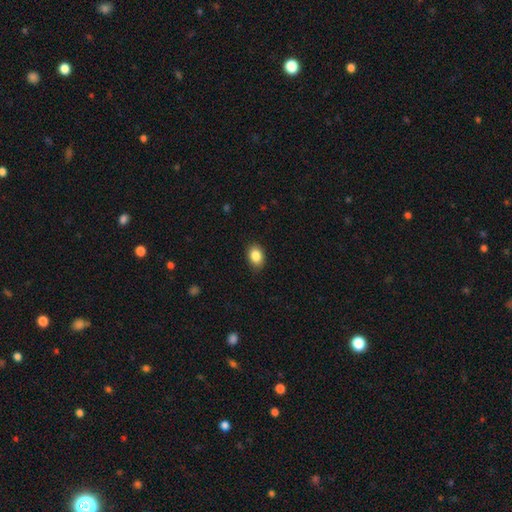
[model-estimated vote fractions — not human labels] Morphology: type=smooth (86%); roundness=in between (74%); merging=none (86%).